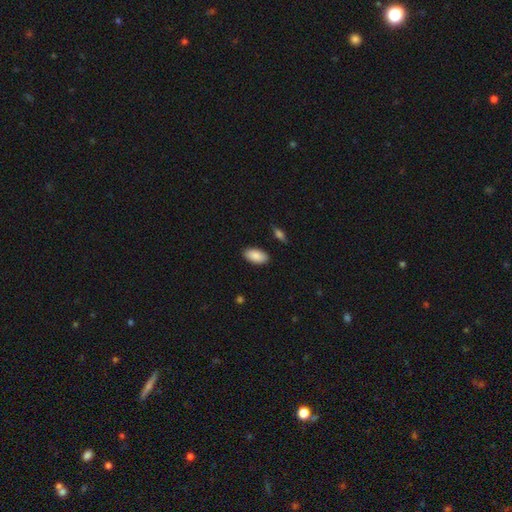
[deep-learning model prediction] smooth-or-featured: smooth: 89% | star or artifact: 6% | featured or disk: 5%
  how-rounded: in between: 94% | cigar-shaped: 3% | round: 2%
  merging: none: 87% | minor disturbance: 9% | major disturbance: 2% | merger: 2%